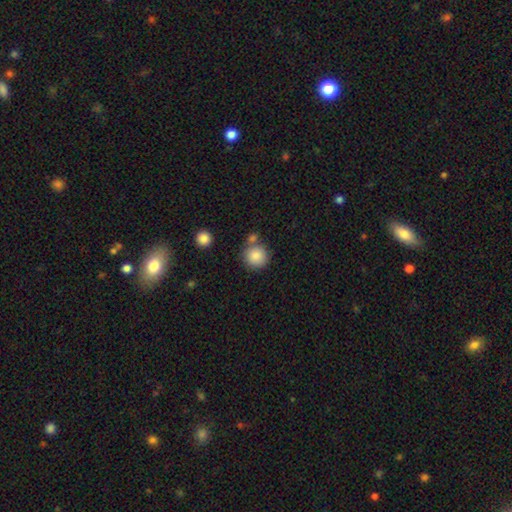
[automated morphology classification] Smooth or featured?
  - smooth: 86% *
  - star or artifact: 9%
  - featured or disk: 6%
How rounded?
  - round: 93% *
  - in between: 6%
  - cigar-shaped: 1%
Merging?
  - none: 68% *
  - merger: 17%
  - minor disturbance: 11%
  - major disturbance: 3%